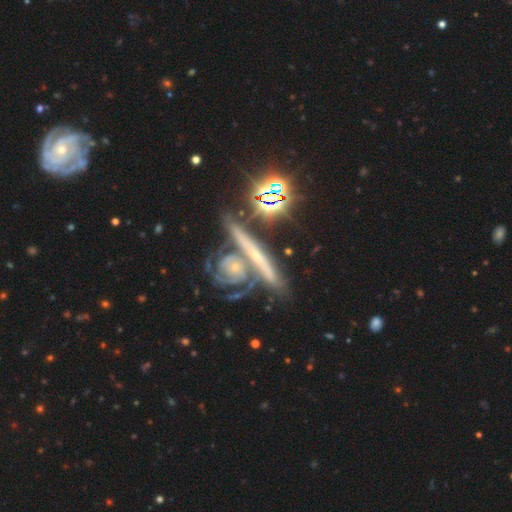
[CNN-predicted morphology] type=featured or disk (68%); edge-on=yes (57%); merging=none (53%).